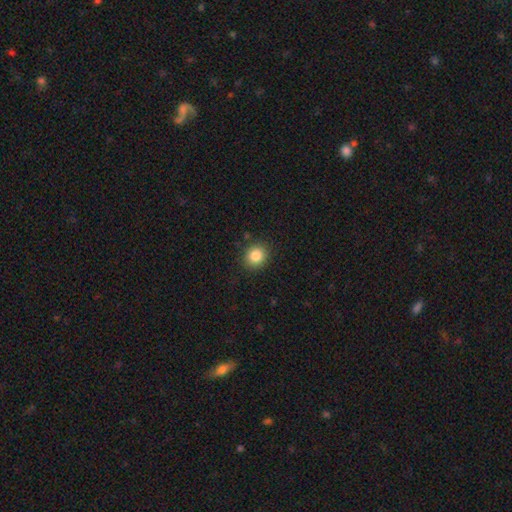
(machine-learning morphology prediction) Smooth or featured: smooth — 84% (star or artifact — 10%)
How rounded: round — 81% (in between — 18%)
Merging: none — 89% (minor disturbance — 7%)